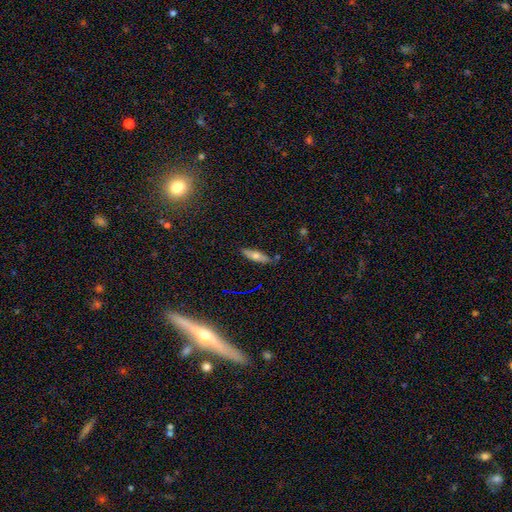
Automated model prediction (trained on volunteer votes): A smooth galaxy with no disk features (59%) that is cigar-shaped (55%). Merging: none (80%).